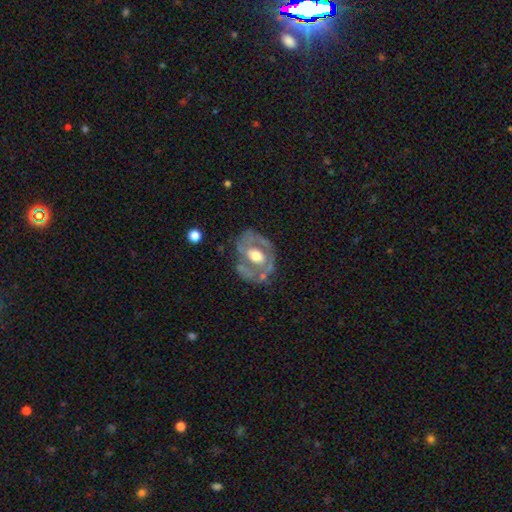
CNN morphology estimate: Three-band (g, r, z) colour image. It shows a featured or disk galaxy (70%) with no bar (63%), no spiral arms (56%) and a moderate central bulge (62%). Merging: none (61%).